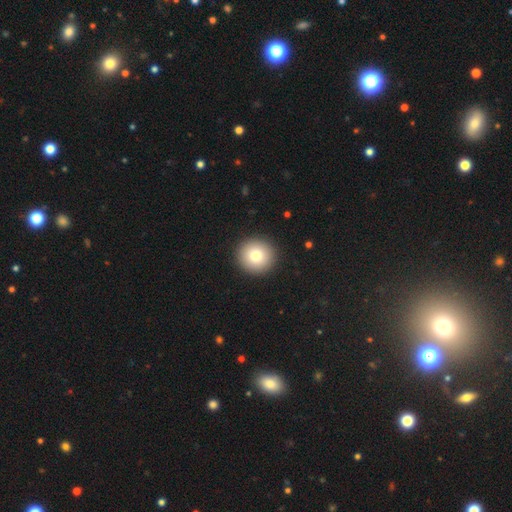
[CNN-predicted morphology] A smooth galaxy with no disk features (78%) that is round (95%). Merging: none (93%).